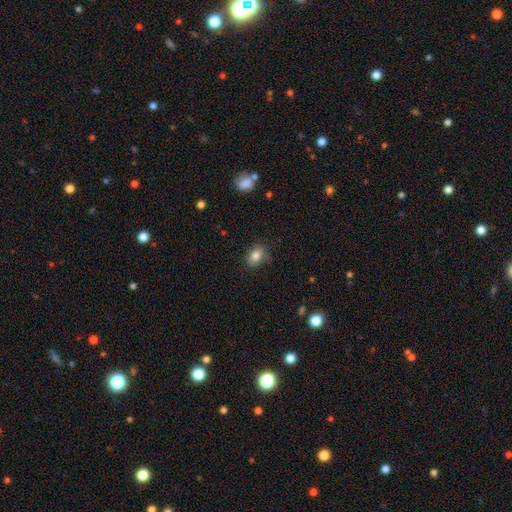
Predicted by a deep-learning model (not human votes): The model was most divided on "how rounded": in between: 63%, round: 36%, cigar-shaped: 1%. More confident: smooth or featured — smooth (83%); merging — none (76%).